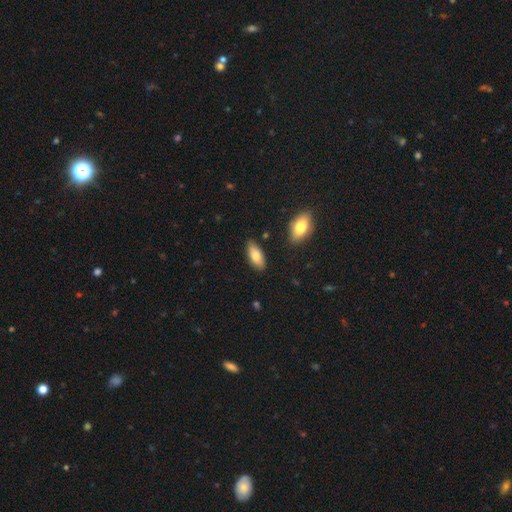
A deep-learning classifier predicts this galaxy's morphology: Smooth or featured? Predicted: smooth (p=0.81). How rounded? Predicted: in between (p=0.84). Merging? Predicted: none (p=0.85).